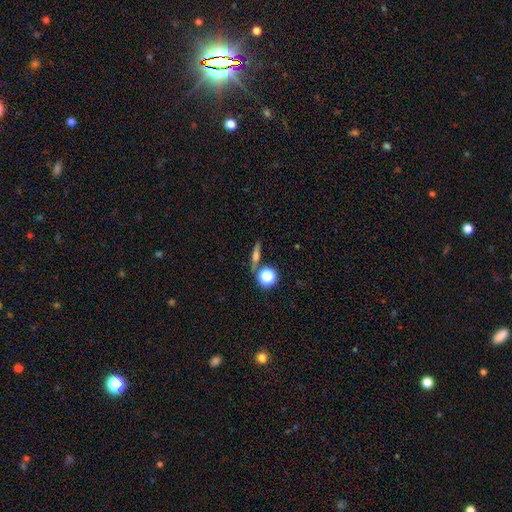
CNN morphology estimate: This is marginally a smooth galaxy (40%). Merging: likely none (80%).